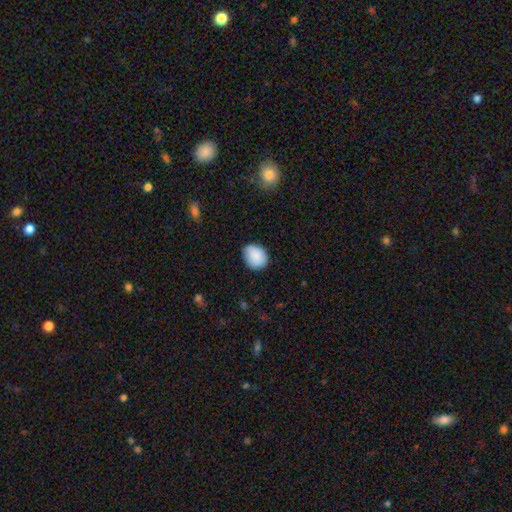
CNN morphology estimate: A smooth galaxy with no disk features (86%) that is round (55%).

Vote fractions:
- Smooth or featured? smooth: 86% / star or artifact: 7% / featured or disk: 7%
- How rounded? round: 55% / in between: 44% / cigar-shaped: 1%
- Merging? none: 76% / minor disturbance: 20% / major disturbance: 3% / merger: 1%